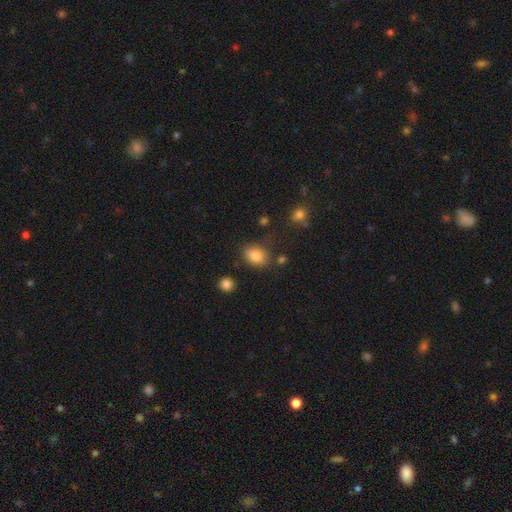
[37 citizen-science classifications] Smooth or featured? smooth (86%)
How rounded? in between (69%)
Merging? none (80%)